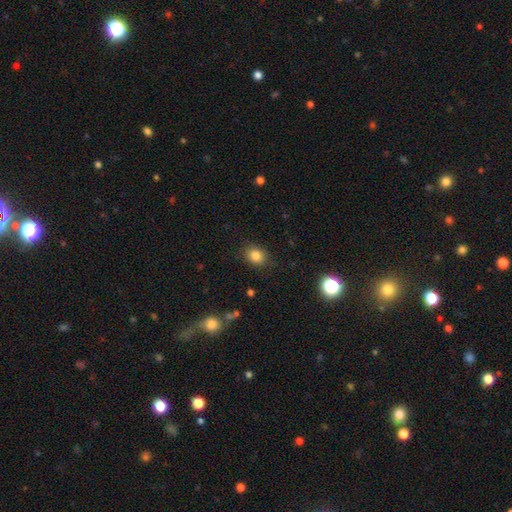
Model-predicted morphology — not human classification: Smooth or featured? smooth (83%)
How rounded? round (51%)
Merging? none (85%)